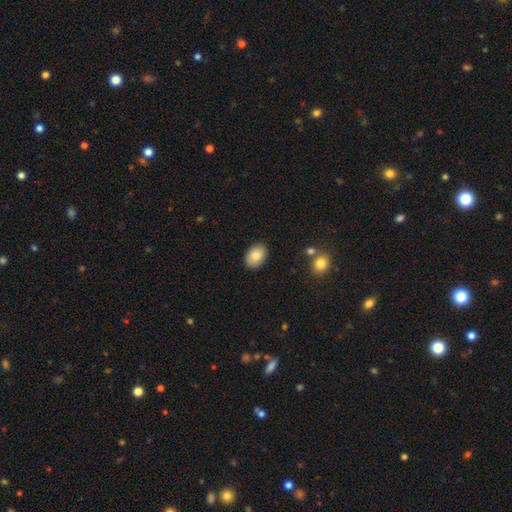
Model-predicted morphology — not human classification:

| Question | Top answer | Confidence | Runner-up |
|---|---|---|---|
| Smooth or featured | smooth | 84% | featured or disk (9%) |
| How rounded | in between | 84% | round (15%) |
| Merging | none | 88% | minor disturbance (9%) |